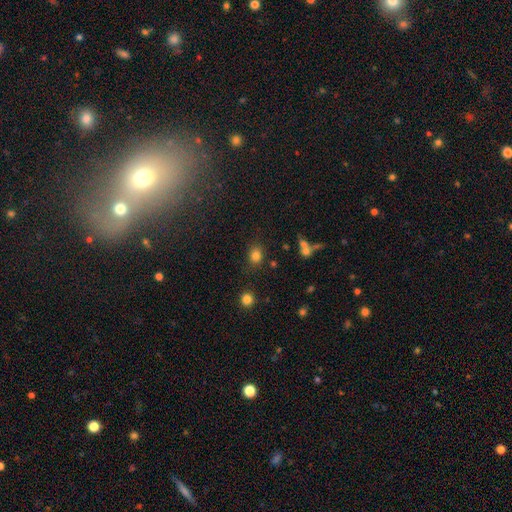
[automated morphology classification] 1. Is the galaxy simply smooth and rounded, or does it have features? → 81% smooth, 13% star or artifact, 6% featured or disk.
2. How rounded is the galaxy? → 56% round, 43% in between, 1% cigar-shaped.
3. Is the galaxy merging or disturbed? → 78% none, 13% minor disturbance, 5% merger, 4% major disturbance.